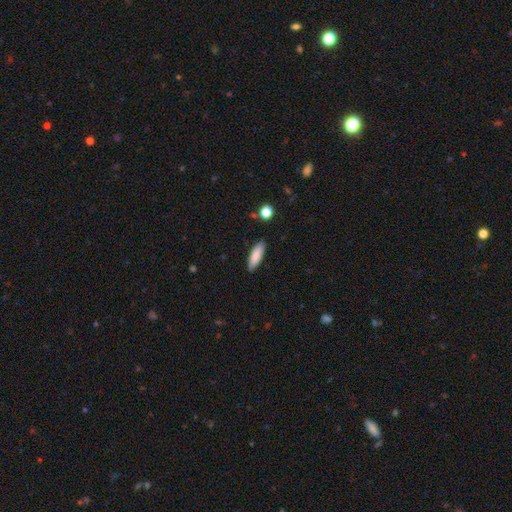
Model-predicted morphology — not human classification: type=smooth (86%); roundness=in between (51%); merging=none (88%).